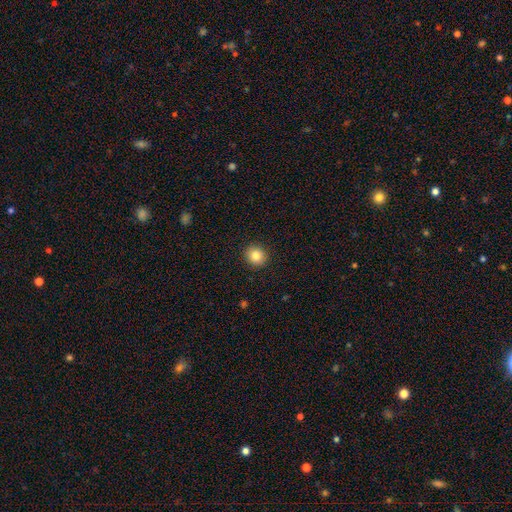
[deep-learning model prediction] Overall: smooth (84%). How rounded: round (86%). Merging: none (92%).